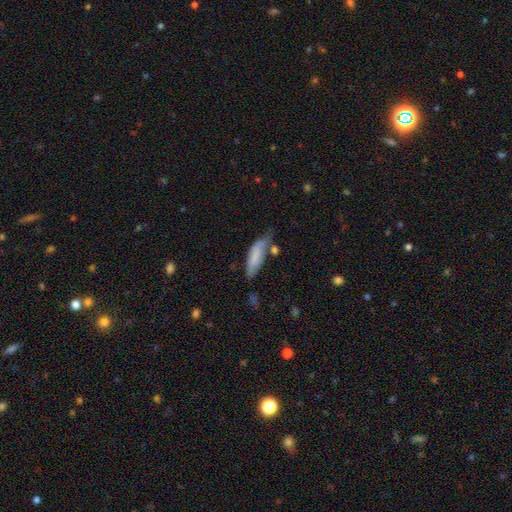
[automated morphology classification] Smooth or featured: smooth — 74% (featured or disk — 19%)
How rounded: cigar-shaped — 49% (tied with in between — 49%)
Merging: none — 45% (minor disturbance — 33%)